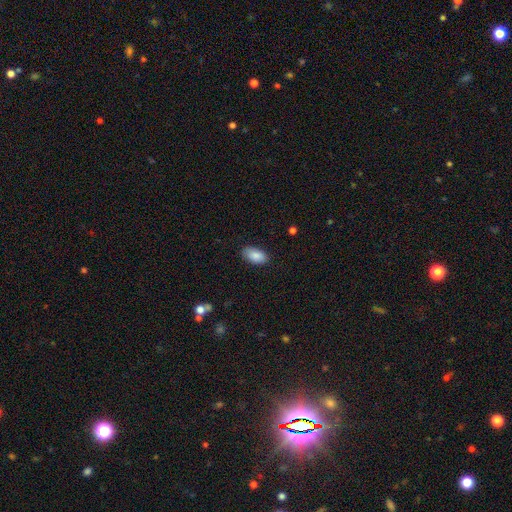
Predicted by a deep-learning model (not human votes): A smooth galaxy with no disk features (88%) that is in between round and cigar-shaped (94%).

Vote fractions:
- Smooth or featured? smooth: 88% / star or artifact: 7% / featured or disk: 6%
- How rounded? in between: 94% / round: 4% / cigar-shaped: 3%
- Merging? none: 84% / minor disturbance: 13% / major disturbance: 3% / merger: 1%